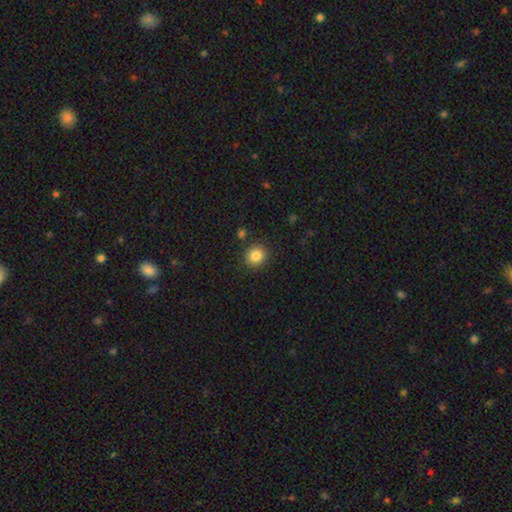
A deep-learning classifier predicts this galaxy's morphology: smooth-or-featured: smooth: 84% | star or artifact: 10% | featured or disk: 6%
  how-rounded: round: 84% | in between: 15% | cigar-shaped: 1%
  merging: none: 88% | minor disturbance: 7% | merger: 3% | major disturbance: 2%